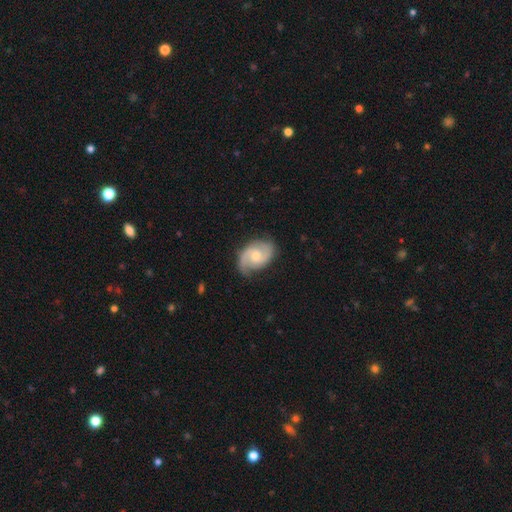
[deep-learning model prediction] smooth_or_featured: featured or disk (p=0.82) [alt: smooth p=0.13]
disk_edge_on: no (p=0.97) [alt: yes p=0.03]
bar: no (p=0.59) [alt: weak p=0.36]
has_spiral_arms: yes (p=0.96) [alt: no p=0.04]
spiral_winding: medium (p=0.51) [alt: tight p=0.31]
spiral_arm_count: 2 (p=0.88) [alt: can't tell p=0.05]
bulge_size: moderate (p=0.55) [alt: small p=0.40]
merging: none (p=0.77) [alt: minor disturbance p=0.17]